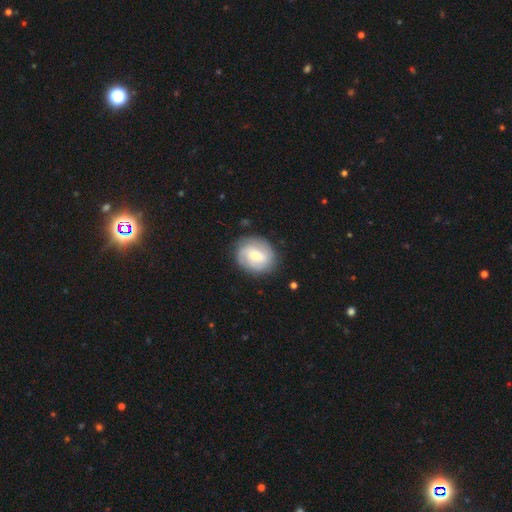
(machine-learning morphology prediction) Smooth or featured? Predicted: featured or disk (p=0.68). Edge-on disk? Predicted: no (p=0.98). Bar? Predicted: weak (p=0.47). Spiral arms? Predicted: yes (p=0.92). Spiral winding? Predicted: tight (p=0.50). Spiral arm count? Predicted: 2 (p=0.36). Bulge size? Predicted: moderate (p=0.49). Merging? Predicted: none (p=0.81).